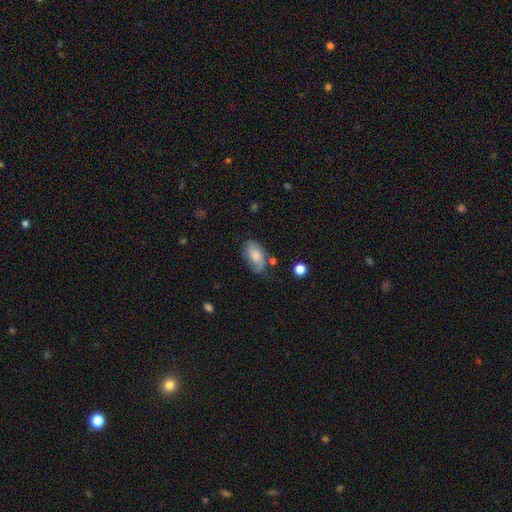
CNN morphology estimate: smooth_or_featured: smooth (p=0.60) [alt: featured or disk p=0.32]
how_rounded: in between (p=0.91) [alt: round p=0.07]
merging: none (p=0.54) [alt: minor disturbance p=0.29]